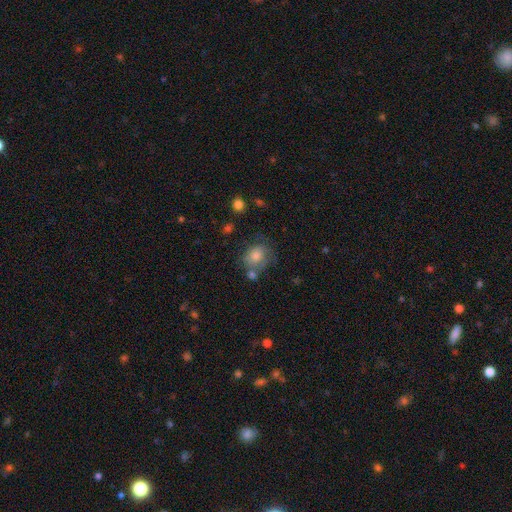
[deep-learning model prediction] smooth_or_featured: smooth (p=0.68) [alt: featured or disk p=0.21]
how_rounded: round (p=0.56) [alt: in between p=0.42]
merging: none (p=0.52) [alt: minor disturbance p=0.23]